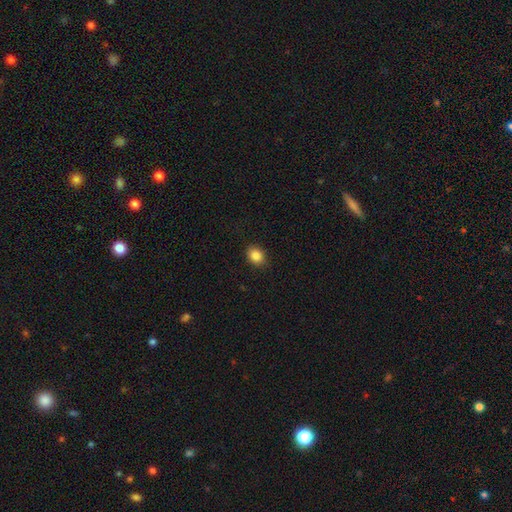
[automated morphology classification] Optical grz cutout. It shows a smooth galaxy with no disk features (87%) that is in between round and cigar-shaped (62%). Merging: none (88%).